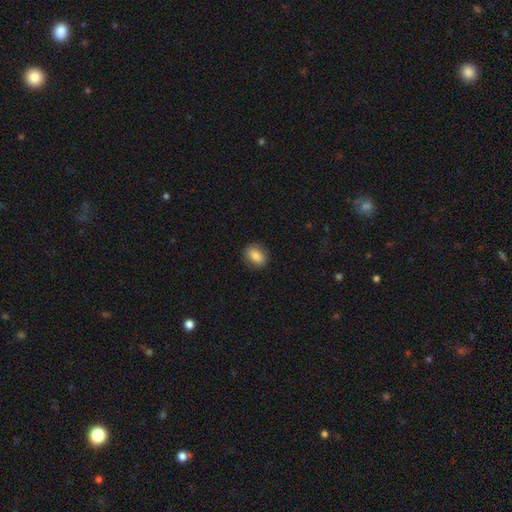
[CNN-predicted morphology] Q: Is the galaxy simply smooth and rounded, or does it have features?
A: smooth — 82%.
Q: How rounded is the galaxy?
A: in between — 62%.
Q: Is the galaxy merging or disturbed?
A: none — 86%.